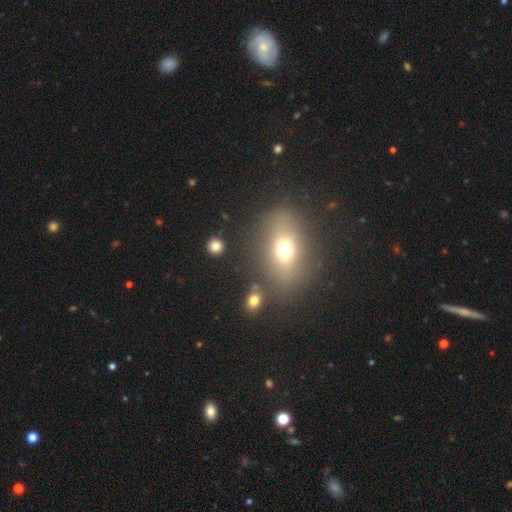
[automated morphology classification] smooth_or_featured: smooth (p=0.53) [alt: featured or disk p=0.26]
how_rounded: in between (p=0.73) [alt: round p=0.19]
merging: none (p=0.81) [alt: minor disturbance p=0.11]